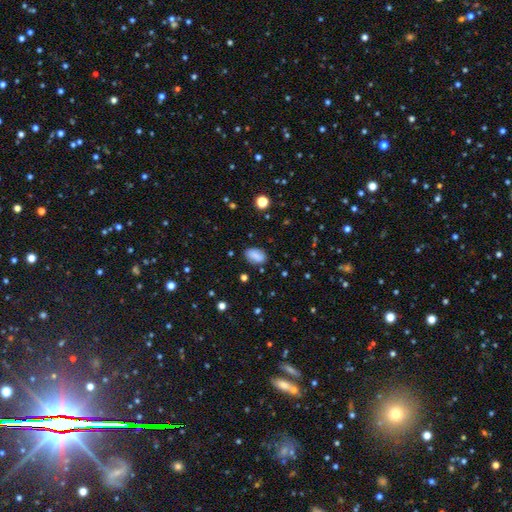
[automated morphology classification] type=smooth (81%); roundness=in between (89%); merging=none (82%).